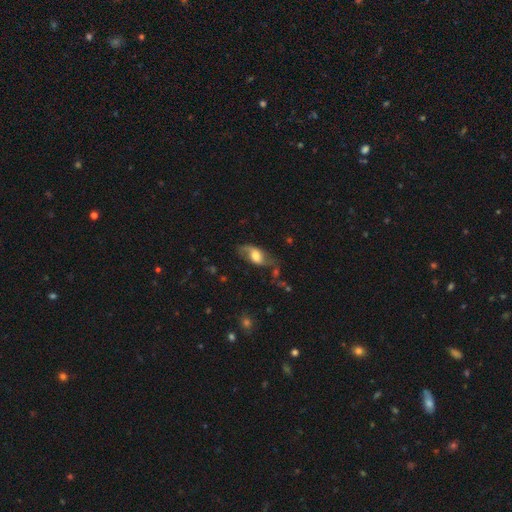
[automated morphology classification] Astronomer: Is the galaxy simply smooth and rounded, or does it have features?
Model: featured or disk — 58% (runner-up: smooth, 35%).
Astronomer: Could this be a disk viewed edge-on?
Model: no — 88%.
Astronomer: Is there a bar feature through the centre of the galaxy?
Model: no — 45% (runner-up: weak, 40%).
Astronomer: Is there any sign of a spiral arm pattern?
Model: yes — 84%.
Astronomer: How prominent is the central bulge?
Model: large — 43% (runner-up: moderate, 33%).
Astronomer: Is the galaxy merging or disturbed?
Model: none — 57%.